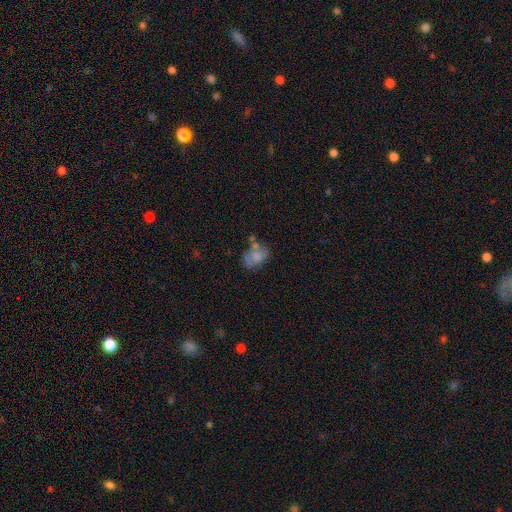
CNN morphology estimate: Overall: smooth (58%; featured or disk 31%). How rounded: in between (76%). Merging: none (38%; minor disturbance 24%).